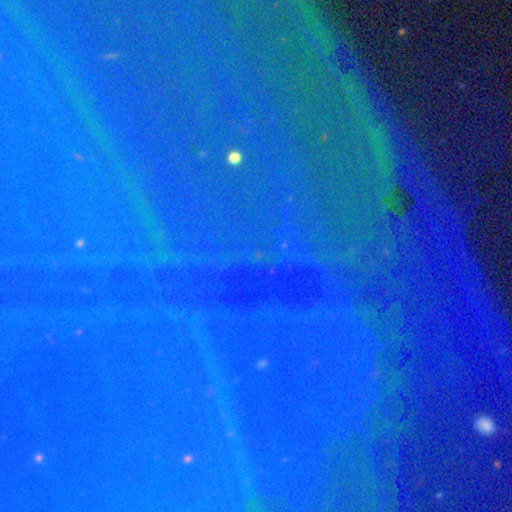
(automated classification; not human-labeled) This is clearly a star or artifact rather than a galaxy (82%).